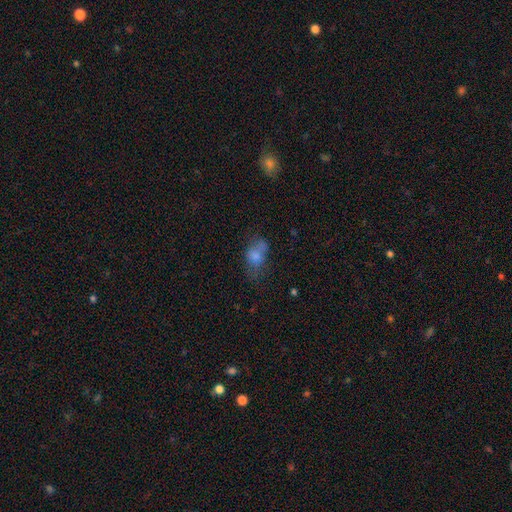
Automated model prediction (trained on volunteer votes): The model was most divided on "merging": none: 36%, minor disturbance: 28%, major disturbance: 26%, merger: 10%. More confident: how rounded — in between (80%); smooth or featured — smooth (66%).